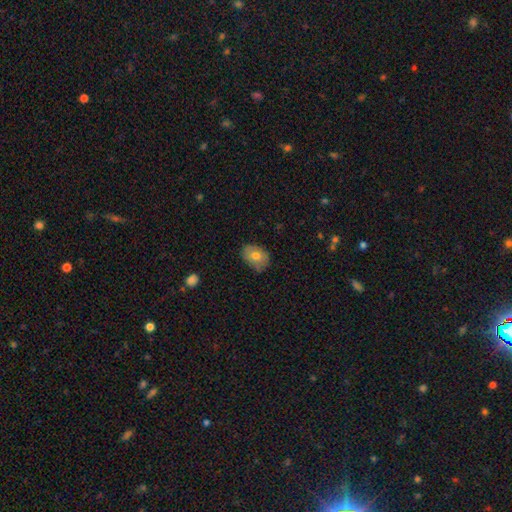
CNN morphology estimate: This is likely a smooth galaxy (72%). How rounded: likely in between (75%). Merging: likely none (73%).